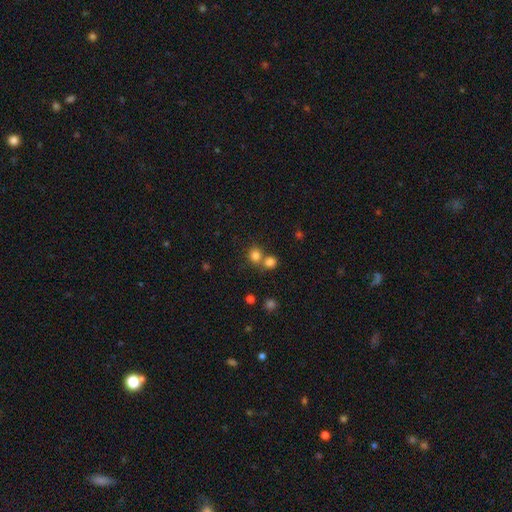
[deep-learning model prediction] The model was most divided on "merging": none: 52%, merger: 38%, minor disturbance: 7%, major disturbance: 3%. More confident: how rounded — round (81%); smooth or featured — smooth (79%).